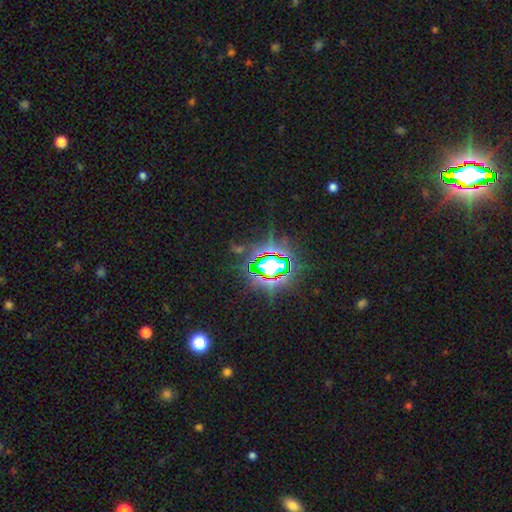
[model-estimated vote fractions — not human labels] The model was most divided on "smooth or featured": star or artifact: 86%, smooth: 8%, featured or disk: 6%.